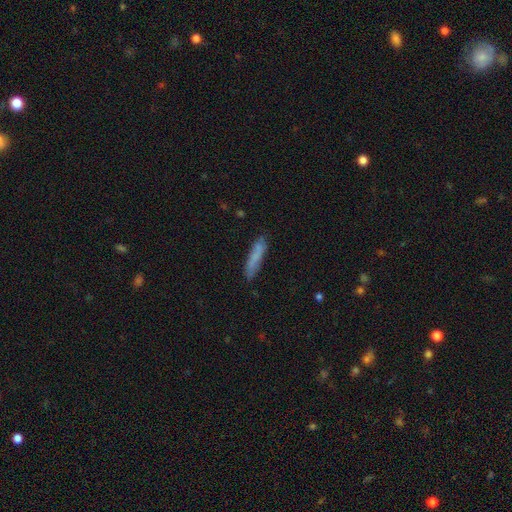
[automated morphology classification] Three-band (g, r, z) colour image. It shows a smooth galaxy with no disk features (71%) that is cigar-shaped (85%). Merging: none (76%).